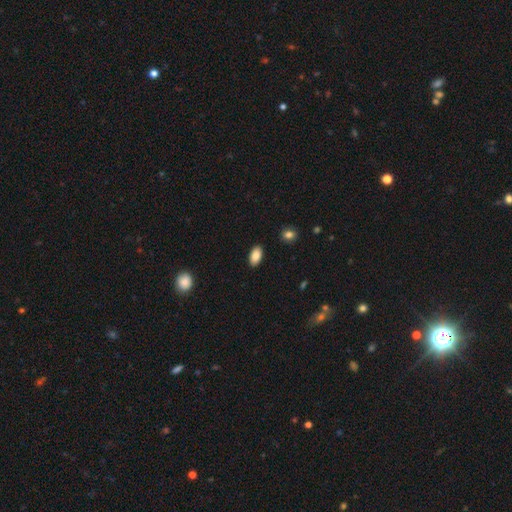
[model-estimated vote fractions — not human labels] Smooth or featured?
  - smooth: 87% *
  - star or artifact: 7%
  - featured or disk: 6%
How rounded?
  - in between: 94% *
  - round: 3%
  - cigar-shaped: 3%
Merging?
  - none: 89% *
  - minor disturbance: 8%
  - major disturbance: 2%
  - merger: 1%